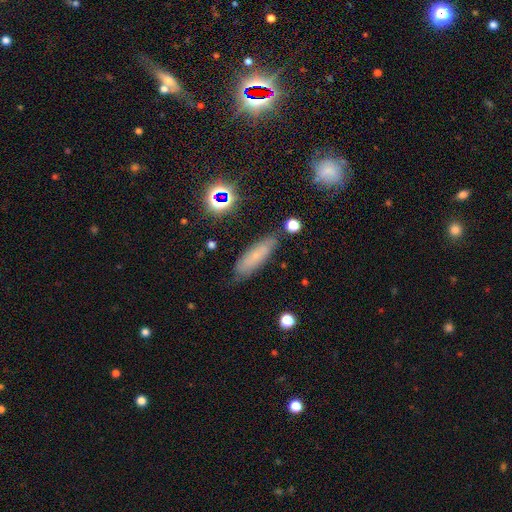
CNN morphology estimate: A smooth galaxy with no disk features (54%) that is cigar-shaped (53%).

Vote fractions:
- Smooth or featured? smooth: 54% / featured or disk: 31% / star or artifact: 14%
- How rounded? cigar-shaped: 53% / in between: 44% / round: 3%
- Merging? none: 74% / minor disturbance: 18% / major disturbance: 5% / merger: 3%